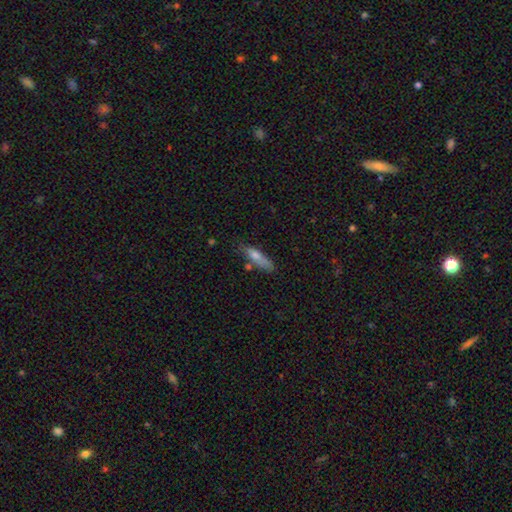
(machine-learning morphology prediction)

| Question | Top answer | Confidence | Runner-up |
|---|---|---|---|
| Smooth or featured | smooth | 65% | featured or disk (27%) |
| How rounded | cigar-shaped | 70% | in between (27%) |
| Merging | none | 65% | minor disturbance (22%) |